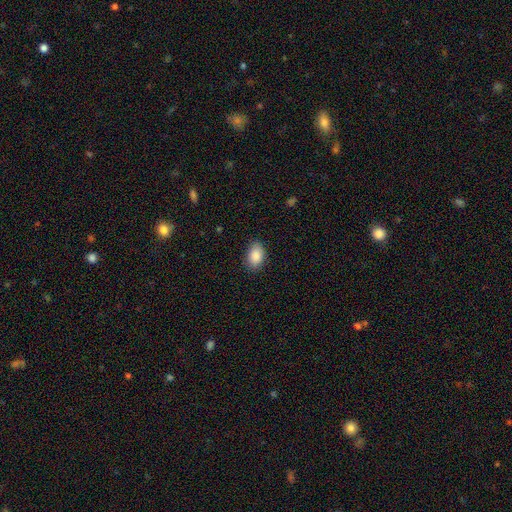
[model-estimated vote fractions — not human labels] smooth_or_featured: smooth (p=0.88) [alt: star or artifact p=0.07]
how_rounded: in between (p=0.88) [alt: round p=0.11]
merging: none (p=0.84) [alt: minor disturbance p=0.13]